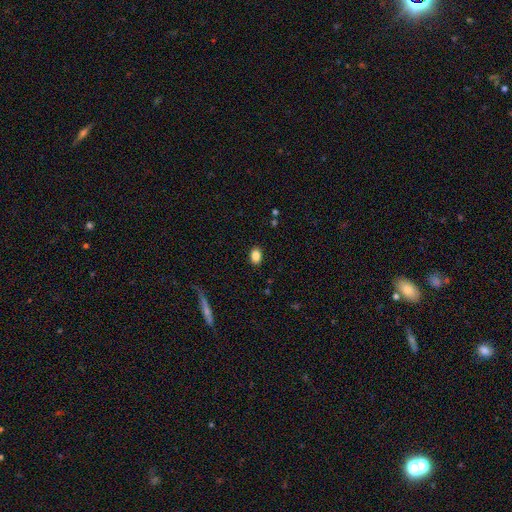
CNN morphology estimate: smooth 86%, star or artifact 9%, featured or disk 5%. Down the decision tree: how rounded — in between (77%); merging — none (89%).